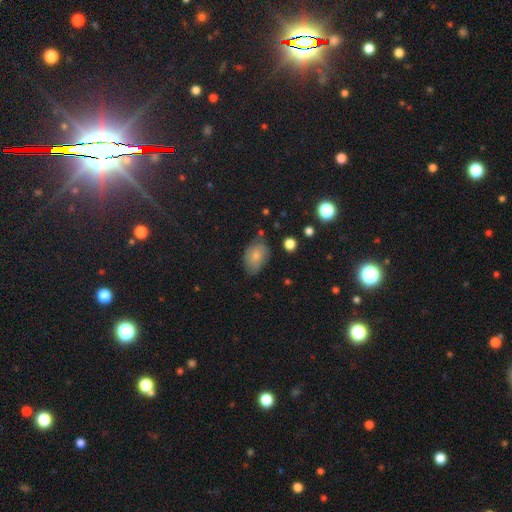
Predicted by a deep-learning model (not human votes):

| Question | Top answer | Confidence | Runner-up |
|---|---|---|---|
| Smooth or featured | smooth | 73% | featured or disk (18%) |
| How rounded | in between | 80% | round (19%) |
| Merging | none | 59% | minor disturbance (31%) |